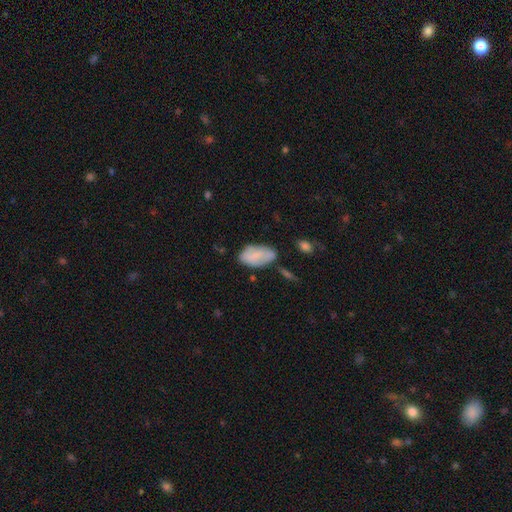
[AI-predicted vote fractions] This is likely a smooth galaxy (74%). How rounded: clearly in between (94%). Merging: possibly none (59%).